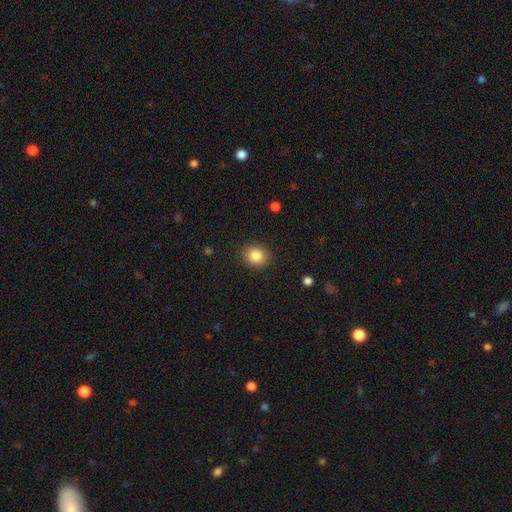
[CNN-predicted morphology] Smooth or featured? Predicted: smooth (p=0.84). How rounded? Predicted: round (p=0.68). Merging? Predicted: none (p=0.89).